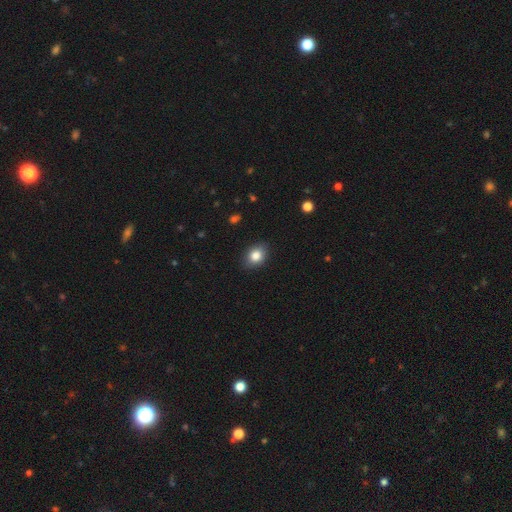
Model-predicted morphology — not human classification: Overall: smooth (84%). How rounded: in between (63%; round 36%). Merging: none (88%).